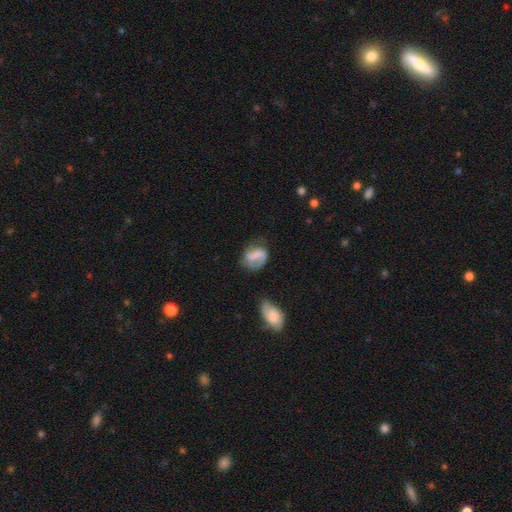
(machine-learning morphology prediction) Overall: smooth (54%; featured or disk 37%). How rounded: in between (58%; round 40%). Merging: none (46%; minor disturbance 30%).